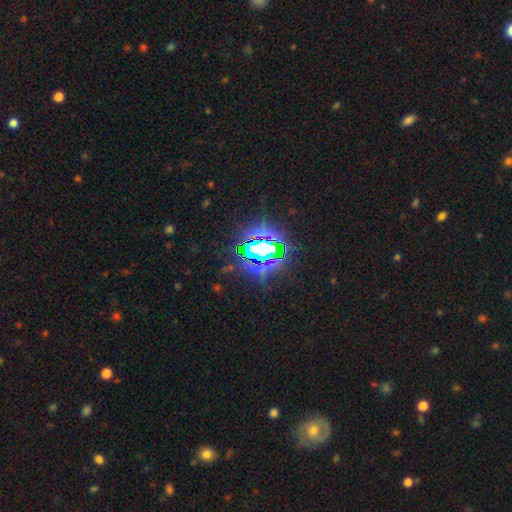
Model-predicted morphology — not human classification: Overall: star or artifact (79%).